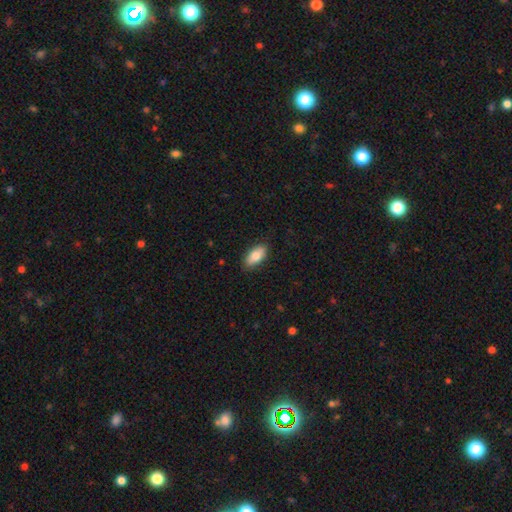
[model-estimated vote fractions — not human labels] The model was most divided on "smooth or featured": smooth: 79%, featured or disk: 14%, star or artifact: 6%. More confident: how rounded — in between (90%); merging — none (87%).